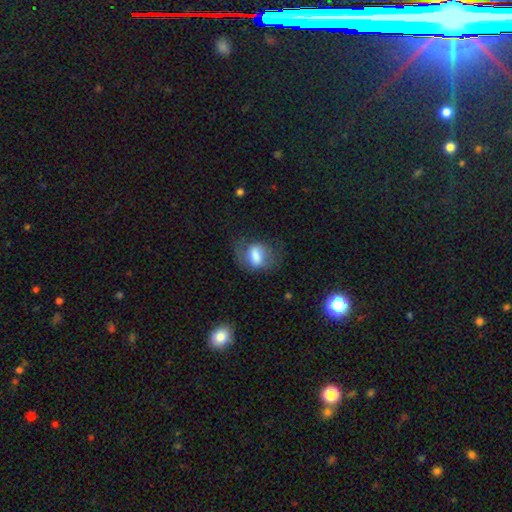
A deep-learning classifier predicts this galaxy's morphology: A smooth galaxy with no disk features (64%) that is in between round and cigar-shaped (70%). Merging: none (50%).